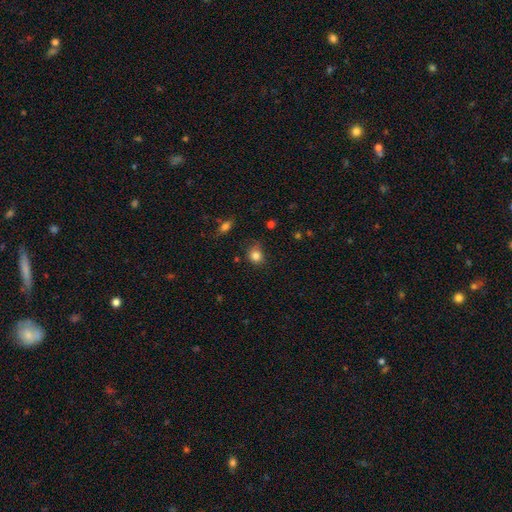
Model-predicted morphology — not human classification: A smooth galaxy with no disk features (83%) that is round (78%).

Vote fractions:
- Smooth or featured? smooth: 83% / star or artifact: 12% / featured or disk: 6%
- How rounded? round: 78% / in between: 21% / cigar-shaped: 1%
- Merging? none: 71% / minor disturbance: 22% / major disturbance: 5% / merger: 3%